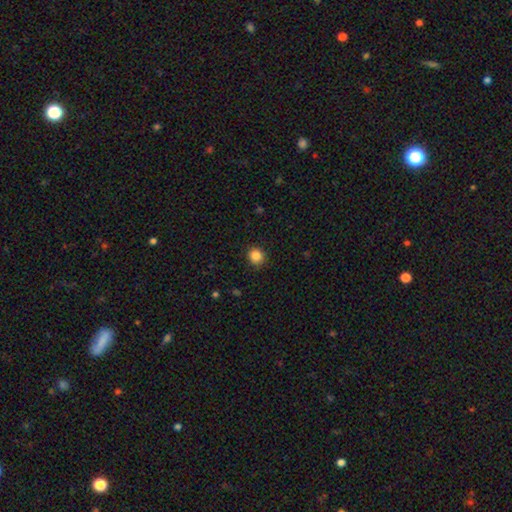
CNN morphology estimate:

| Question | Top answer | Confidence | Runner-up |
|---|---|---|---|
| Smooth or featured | smooth | 86% | star or artifact (11%) |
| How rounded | round | 87% | in between (12%) |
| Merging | none | 91% | minor disturbance (6%) |